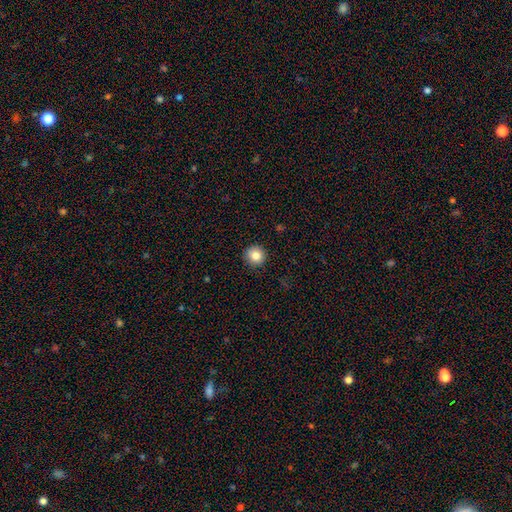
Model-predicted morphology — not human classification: type=smooth (84%); roundness=round (95%); merging=none (92%).